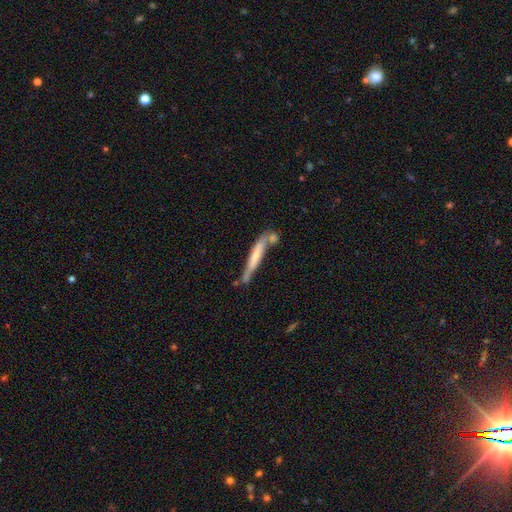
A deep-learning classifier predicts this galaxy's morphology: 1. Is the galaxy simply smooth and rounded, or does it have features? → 50% smooth, 44% featured or disk, 6% star or artifact.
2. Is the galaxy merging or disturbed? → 52% none, 21% merger, 20% minor disturbance, 6% major disturbance.